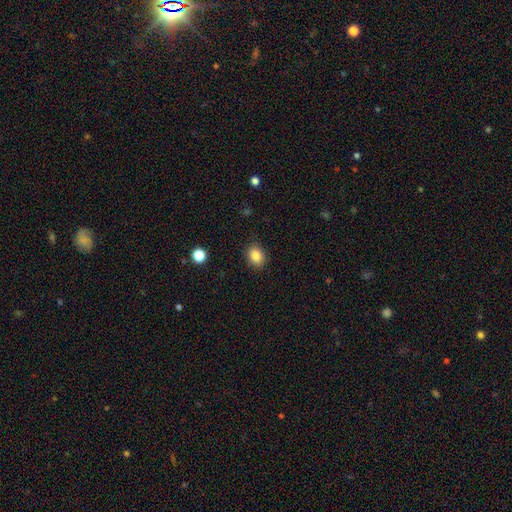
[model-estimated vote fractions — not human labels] Smooth or featured: smooth — 84% (star or artifact — 10%)
How rounded: round — 54% (in between — 46%)
Merging: none — 88% (minor disturbance — 9%)